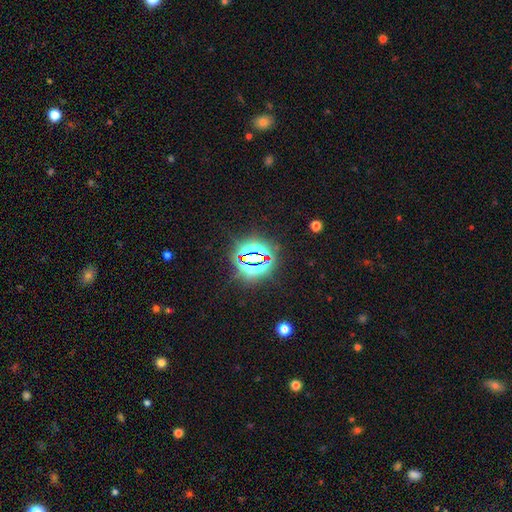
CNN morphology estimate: The model was most divided on "smooth or featured": star or artifact: 79%, smooth: 12%, featured or disk: 8%.